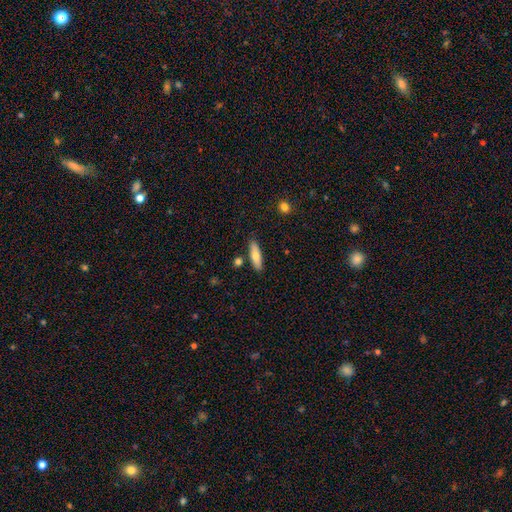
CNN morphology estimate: Smooth or featured?
  - smooth: 69% *
  - featured or disk: 25%
  - star or artifact: 6%
How rounded?
  - cigar-shaped: 57% *
  - in between: 40%
  - round: 2%
Merging?
  - none: 84% *
  - minor disturbance: 10%
  - merger: 4%
  - major disturbance: 2%